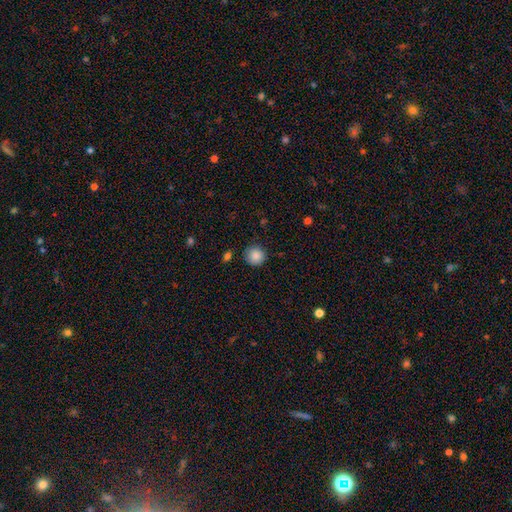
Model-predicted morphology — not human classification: Smooth or featured? smooth (87%)
How rounded? round (93%)
Merging? none (83%)